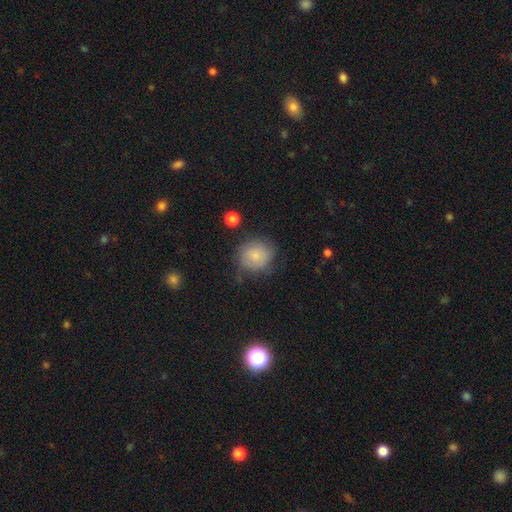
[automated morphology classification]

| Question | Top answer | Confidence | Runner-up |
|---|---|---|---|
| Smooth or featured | smooth | 73% | featured or disk (19%) |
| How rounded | round | 84% | in between (15%) |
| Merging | none | 64% | minor disturbance (25%) |